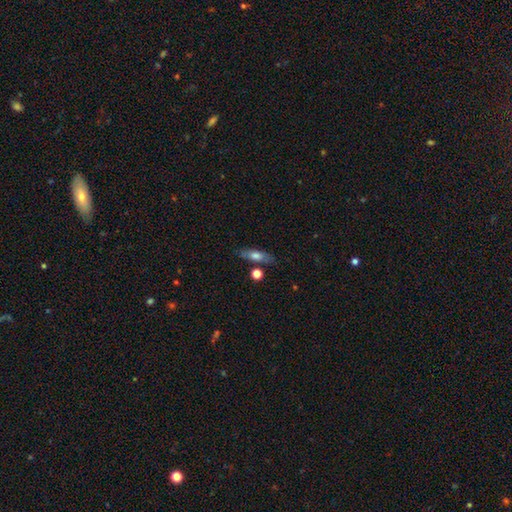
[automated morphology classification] smooth-or-featured: smooth: 63% | featured or disk: 29% | star or artifact: 8%
  how-rounded: cigar-shaped: 53% | in between: 43% | round: 4%
  merging: none: 76% | minor disturbance: 13% | merger: 7% | major disturbance: 4%